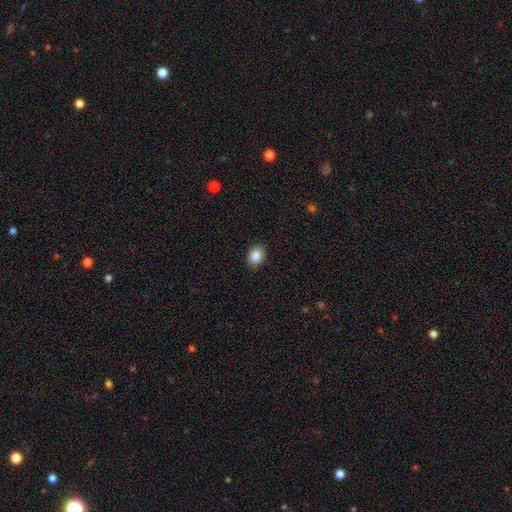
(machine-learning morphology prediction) The model was most divided on "how rounded": in between: 60%, round: 39%, cigar-shaped: 1%. More confident: merging — none (89%); smooth or featured — smooth (87%).